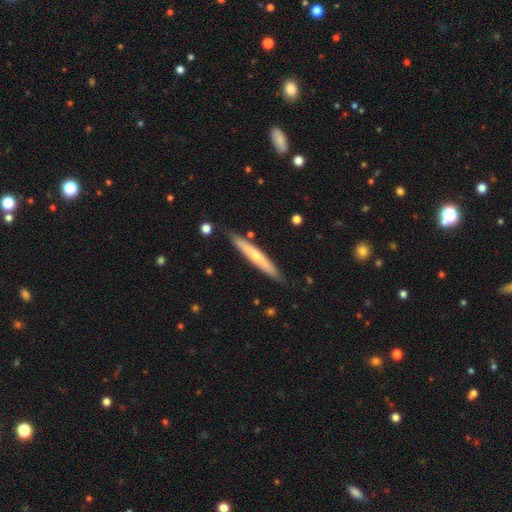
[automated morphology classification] Smooth or featured?
  - smooth: 49% *
  - featured or disk: 46%
  - star or artifact: 6%
Merging?
  - none: 85% *
  - minor disturbance: 11%
  - merger: 2%
  - major disturbance: 2%